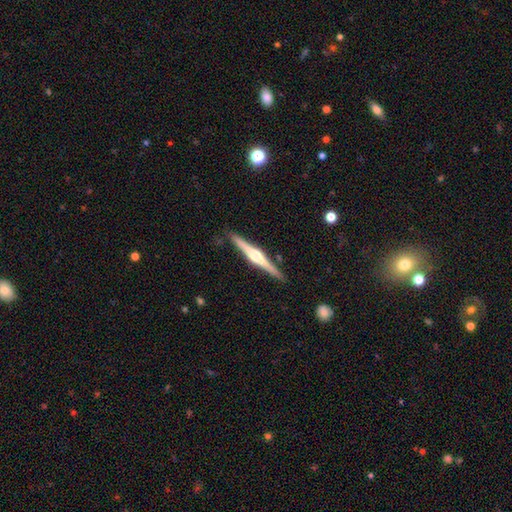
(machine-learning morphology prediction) Smooth or featured: featured or disk — 78% (smooth — 17%)
Edge-on disk: yes — 98% (no — 2%)
Edge-on bulge: rounded — 89% (boxy — 8%)
Merging: none — 89% (minor disturbance — 8%)